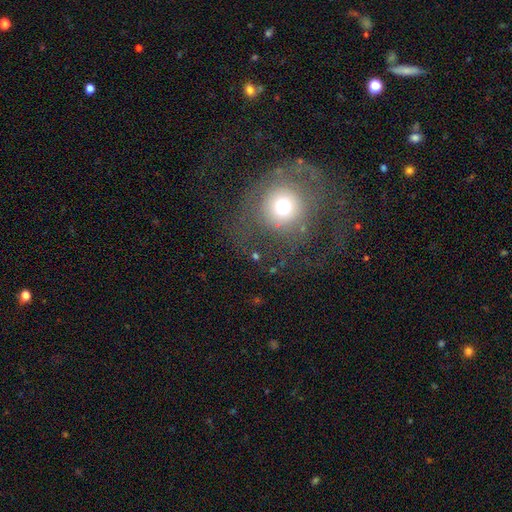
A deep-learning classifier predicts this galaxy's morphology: Q: Smooth or featured?
A: smooth (51%); runner-up: featured or disk (29%)
Q: How rounded?
A: round (91%); runner-up: in between (8%)
Q: Merging?
A: none (55%); runner-up: major disturbance (28%)